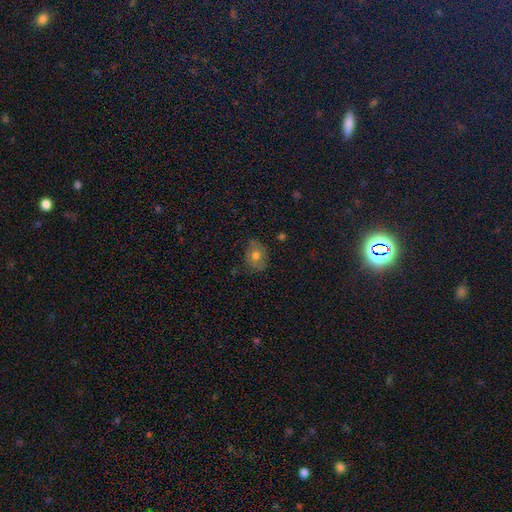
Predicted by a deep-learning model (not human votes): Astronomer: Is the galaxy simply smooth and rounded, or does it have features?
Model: smooth — 66%.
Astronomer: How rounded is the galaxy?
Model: in between — 50% (runner-up: round, 49%).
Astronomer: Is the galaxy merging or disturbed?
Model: none — 72%.